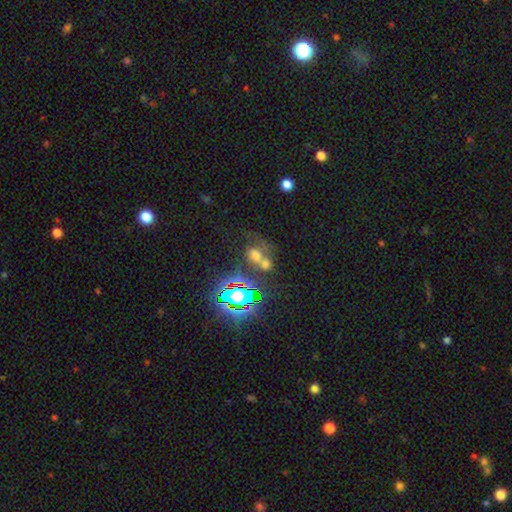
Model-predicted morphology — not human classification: A smooth galaxy with no disk features (45%).

Vote fractions:
- Smooth or featured? smooth: 45% / star or artifact: 36% / featured or disk: 18%
- Merging? merger: 48% / none: 29% / minor disturbance: 11% / major disturbance: 11%